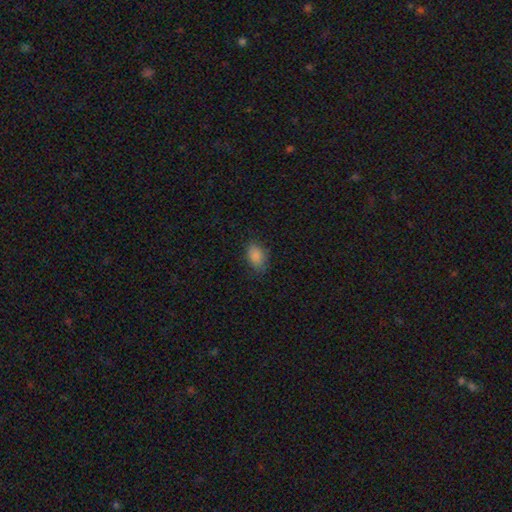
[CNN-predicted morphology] smooth-or-featured: smooth: 86% | star or artifact: 9% | featured or disk: 5%
  how-rounded: in between: 86% | round: 13% | cigar-shaped: 2%
  merging: none: 77% | minor disturbance: 17% | major disturbance: 4% | merger: 1%